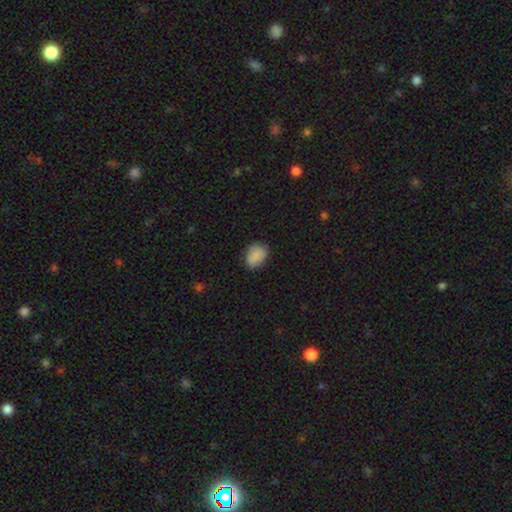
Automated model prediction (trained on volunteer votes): smooth_or_featured: smooth (p=0.86) [alt: star or artifact p=0.08]
how_rounded: in between (p=0.69) [alt: round p=0.30]
merging: none (p=0.77) [alt: minor disturbance p=0.19]